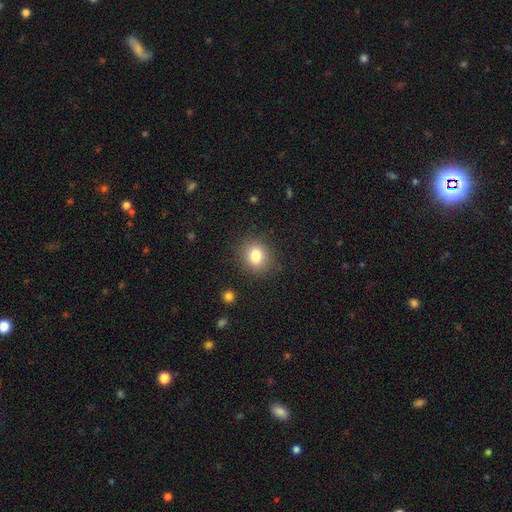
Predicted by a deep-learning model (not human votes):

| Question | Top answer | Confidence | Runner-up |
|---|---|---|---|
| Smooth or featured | smooth | 80% | star or artifact (11%) |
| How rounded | round | 70% | in between (29%) |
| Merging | none | 86% | minor disturbance (9%) |